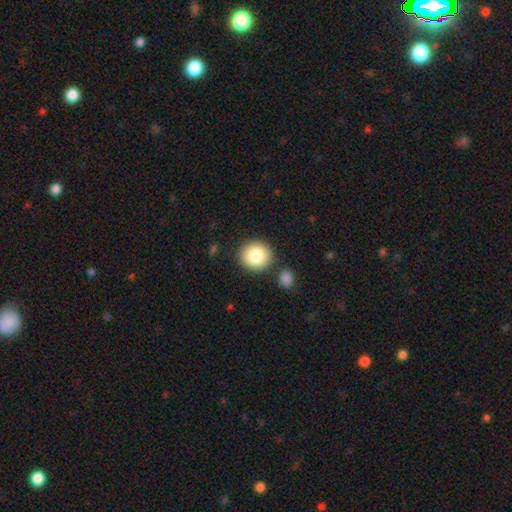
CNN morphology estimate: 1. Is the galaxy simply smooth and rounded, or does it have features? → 83% smooth, 8% featured or disk, 8% star or artifact.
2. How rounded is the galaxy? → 88% round, 11% in between, 1% cigar-shaped.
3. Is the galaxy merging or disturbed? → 82% none, 8% merger, 8% minor disturbance, 2% major disturbance.